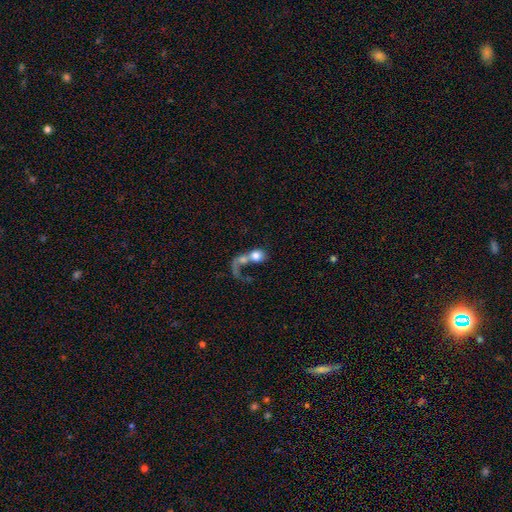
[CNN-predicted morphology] The model was most divided on "how rounded": round: 60%, in between: 37%, cigar-shaped: 3%. More confident: smooth or featured — smooth (57%); merging — merger (55%).